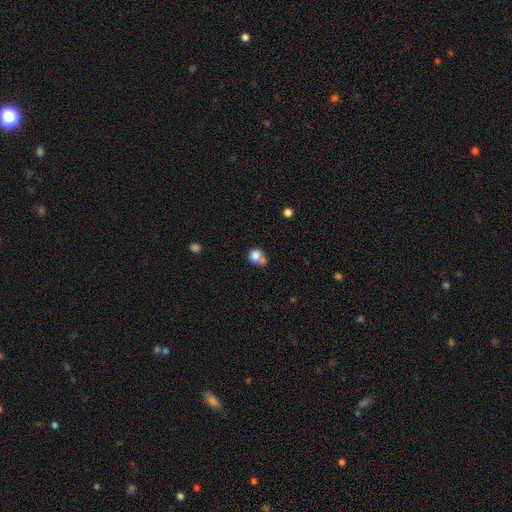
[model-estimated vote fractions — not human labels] The model was most divided on "merging": merger: 43%, none: 38%, minor disturbance: 13%, major disturbance: 6%. More confident: smooth or featured — smooth (80%); how rounded — round (75%).